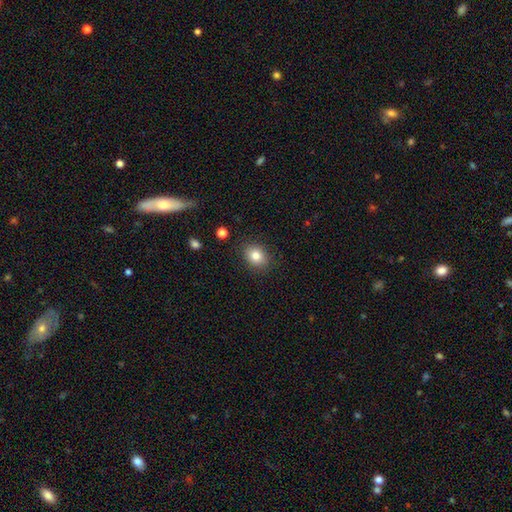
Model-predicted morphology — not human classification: The model was most divided on "how rounded": round: 52%, in between: 48%, cigar-shaped: 1%. More confident: merging — none (87%); smooth or featured — smooth (82%).